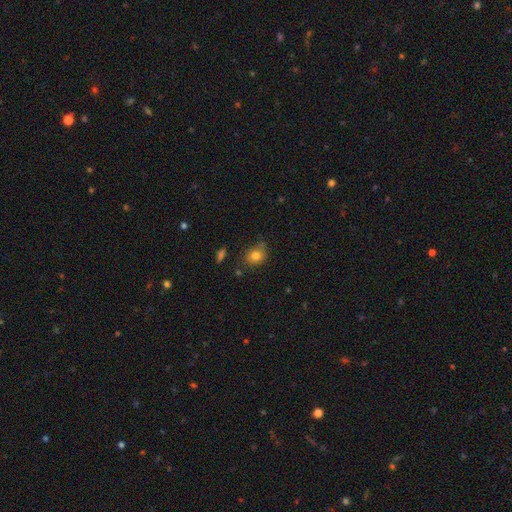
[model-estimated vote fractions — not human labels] Q: Smooth or featured?
A: smooth (80%); runner-up: star or artifact (11%)
Q: How rounded?
A: round (63%); runner-up: in between (36%)
Q: Merging?
A: none (72%); runner-up: minor disturbance (18%)